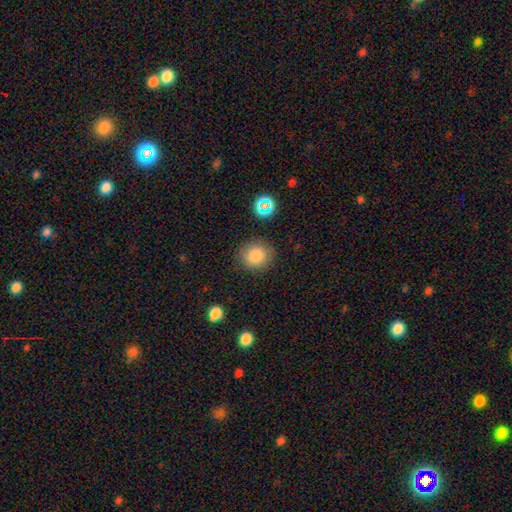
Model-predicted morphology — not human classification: smooth 83%, star or artifact 11%, featured or disk 6%. Down the decision tree: how rounded — round (84%); merging — none (86%).